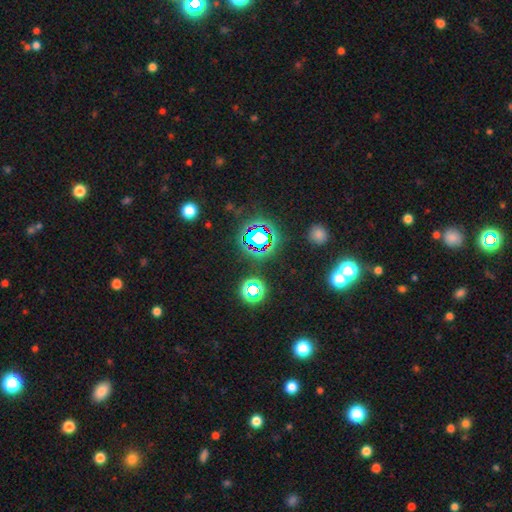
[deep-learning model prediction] Q: Smooth or featured?
A: star or artifact (74%); runner-up: smooth (19%)